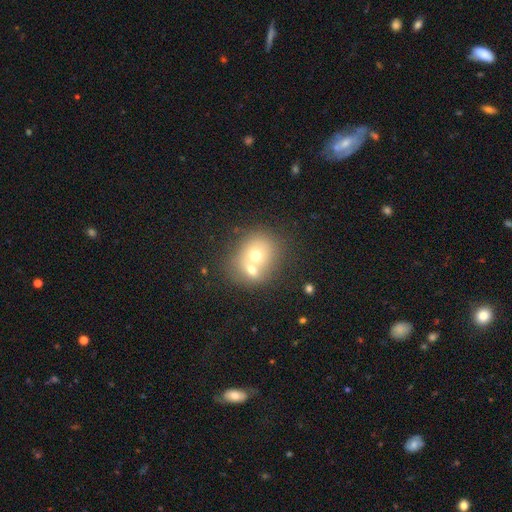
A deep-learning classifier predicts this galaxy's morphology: Q: Smooth or featured?
A: smooth (61%); runner-up: featured or disk (26%)
Q: How rounded?
A: round (73%); runner-up: in between (26%)
Q: Merging?
A: merger (59%); runner-up: none (30%)